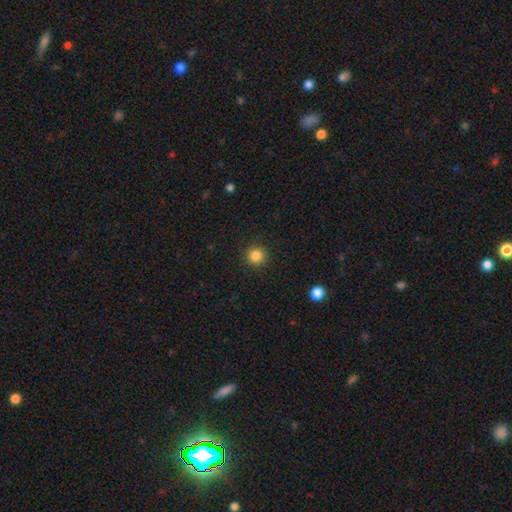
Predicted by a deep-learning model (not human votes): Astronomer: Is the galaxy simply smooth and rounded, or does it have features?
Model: smooth — 85%.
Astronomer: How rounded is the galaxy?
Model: round — 95%.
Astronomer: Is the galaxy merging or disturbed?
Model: none — 91%.